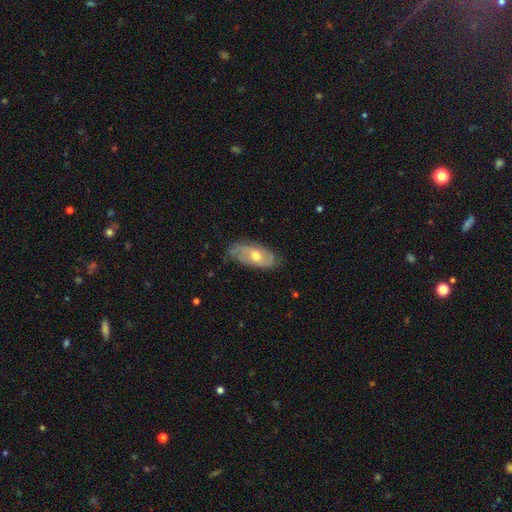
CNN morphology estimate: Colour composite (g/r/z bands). It shows a featured or disk galaxy (61%) with no bar (70%), spiral arms (77%) and a moderate central bulge (71%). Merging: none (70%).